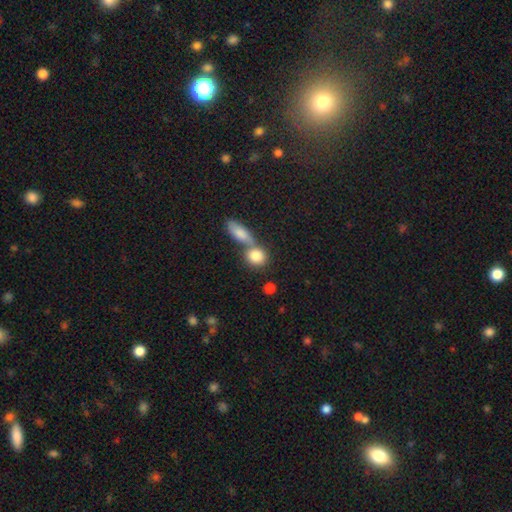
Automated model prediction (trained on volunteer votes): smooth_or_featured: smooth (p=0.84) [alt: featured or disk p=0.08]
how_rounded: round (p=0.62) [alt: in between p=0.33]
merging: merger (p=0.48) [alt: none p=0.41]